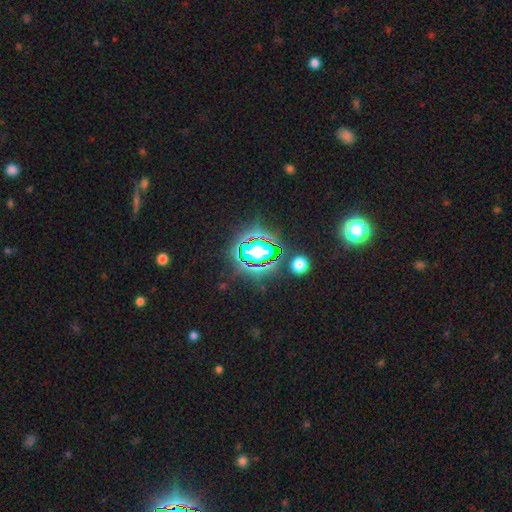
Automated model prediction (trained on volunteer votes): The model was most divided on "smooth or featured": star or artifact: 83%, smooth: 10%, featured or disk: 7%.